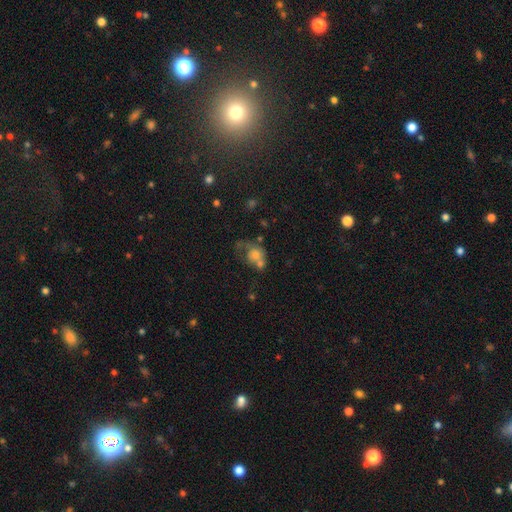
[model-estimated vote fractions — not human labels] A smooth galaxy with no disk features (60%) that is round (60%).

Vote fractions:
- Smooth or featured? smooth: 60% / featured or disk: 29% / star or artifact: 11%
- How rounded? round: 60% / in between: 38% / cigar-shaped: 1%
- Merging? merger: 37% / major disturbance: 27% / none: 21% / minor disturbance: 15%